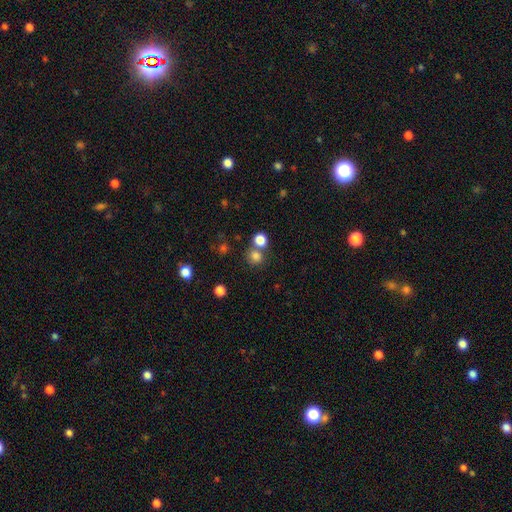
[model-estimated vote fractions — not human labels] Q: Smooth or featured?
A: smooth (79%); runner-up: star or artifact (15%)
Q: How rounded?
A: round (86%); runner-up: in between (13%)
Q: Merging?
A: none (64%); runner-up: merger (25%)